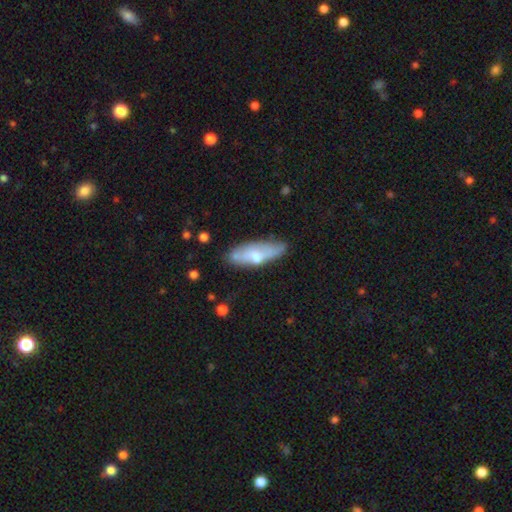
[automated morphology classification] smooth-or-featured: featured or disk: 49% | smooth: 45% | star or artifact: 6%
  merging: none: 64% | minor disturbance: 24% | major disturbance: 6% | merger: 5%